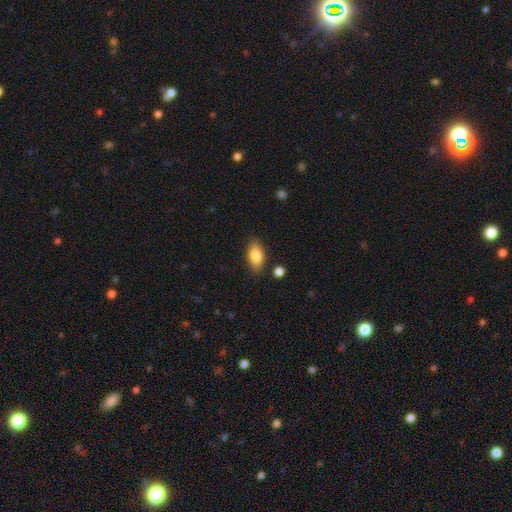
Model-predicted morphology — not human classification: type=smooth (83%); roundness=in between (89%); merging=none (84%).